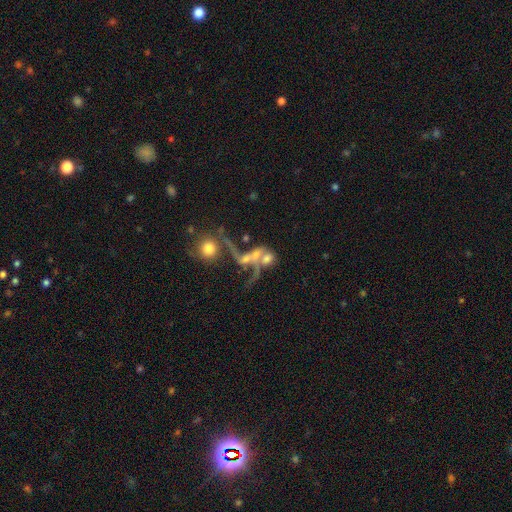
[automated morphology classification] Smooth or featured?
  - featured or disk: 55% *
  - smooth: 27%
  - star or artifact: 18%
Edge-on disk?
  - no: 90% *
  - yes: 10%
Merging?
  - merger: 50% *
  - major disturbance: 24%
  - none: 18%
  - minor disturbance: 9%